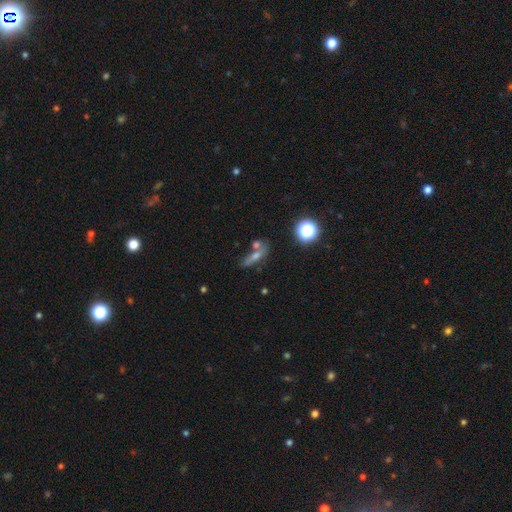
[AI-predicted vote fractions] Smooth or featured?
  - smooth: 47% *
  - featured or disk: 32%
  - star or artifact: 21%
Merging?
  - none: 51% *
  - merger: 28%
  - minor disturbance: 13%
  - major disturbance: 8%